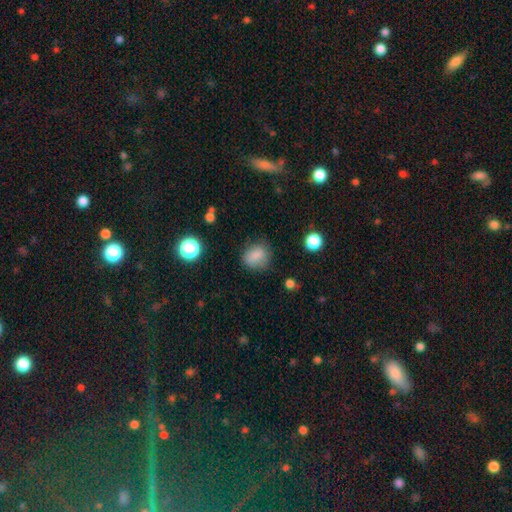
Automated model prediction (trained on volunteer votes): smooth-or-featured: smooth: 81% | star or artifact: 11% | featured or disk: 8%
  how-rounded: round: 60% | in between: 39% | cigar-shaped: 1%
  merging: none: 70% | minor disturbance: 20% | major disturbance: 7% | merger: 2%